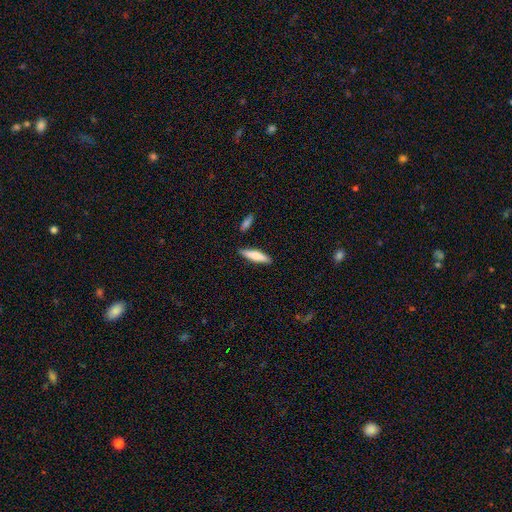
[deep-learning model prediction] Overall: smooth (69%). How rounded: cigar-shaped (75%). Merging: none (86%).